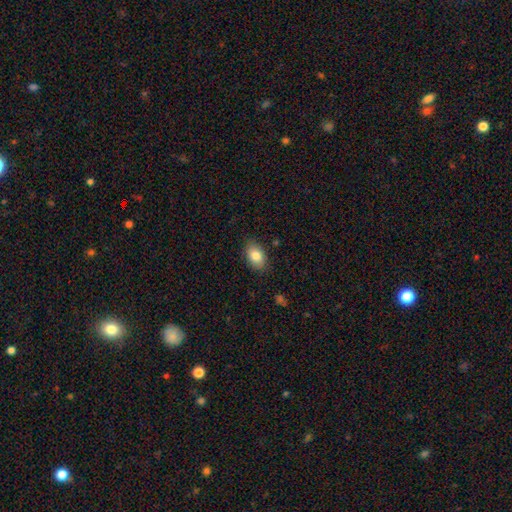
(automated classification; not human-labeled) Smooth or featured?
  - smooth: 83% *
  - featured or disk: 9%
  - star or artifact: 8%
How rounded?
  - in between: 88% *
  - round: 10%
  - cigar-shaped: 1%
Merging?
  - none: 85% *
  - minor disturbance: 11%
  - major disturbance: 2%
  - merger: 1%